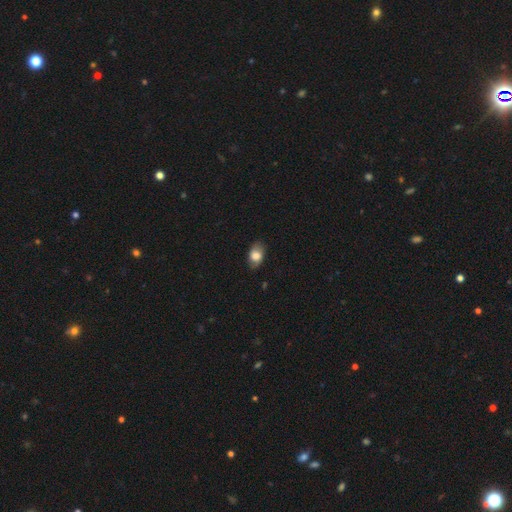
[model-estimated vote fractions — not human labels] smooth-or-featured: smooth: 77% | featured or disk: 15% | star or artifact: 8%
  how-rounded: in between: 84% | round: 14% | cigar-shaped: 2%
  merging: none: 76% | minor disturbance: 19% | major disturbance: 4% | merger: 1%